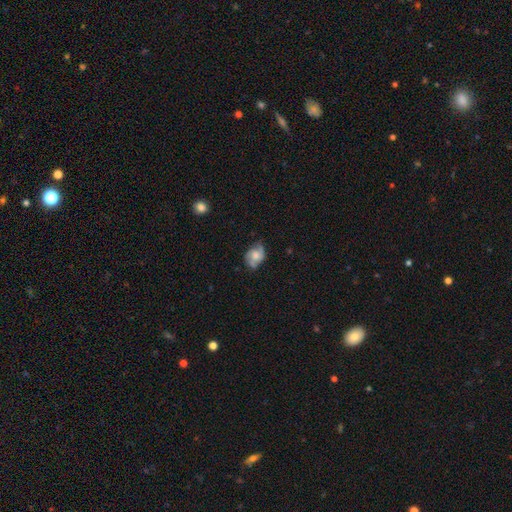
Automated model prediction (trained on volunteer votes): This appears to be a featured or disk galaxy (53%) with no bar (69%), spiral arms (82%) and a moderate central bulge (39%). Merging: none (58%).